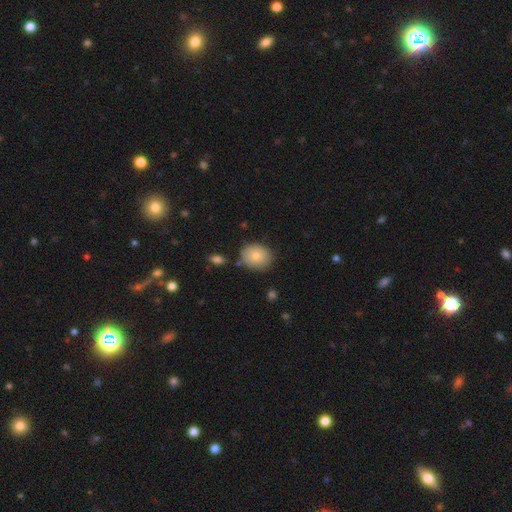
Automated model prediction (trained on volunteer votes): A smooth galaxy with no disk features (81%) that is round (62%).

Vote fractions:
- Smooth or featured? smooth: 81% / featured or disk: 11% / star or artifact: 8%
- How rounded? round: 62% / in between: 37% / cigar-shaped: 1%
- Merging? none: 79% / minor disturbance: 14% / merger: 4% / major disturbance: 3%